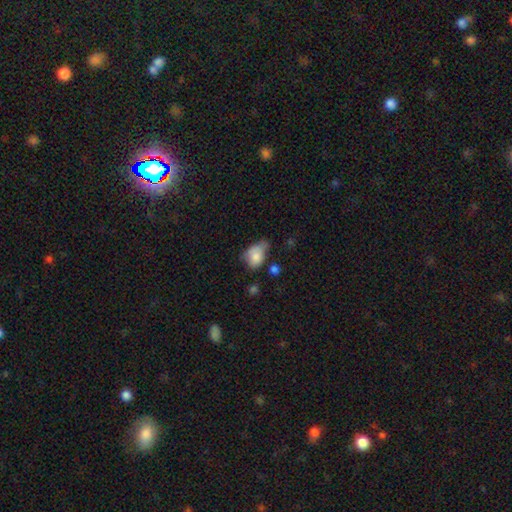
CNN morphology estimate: Smooth or featured? Predicted: smooth (p=0.74). How rounded? Predicted: in between (p=0.74). Merging? Predicted: minor disturbance (p=0.40).